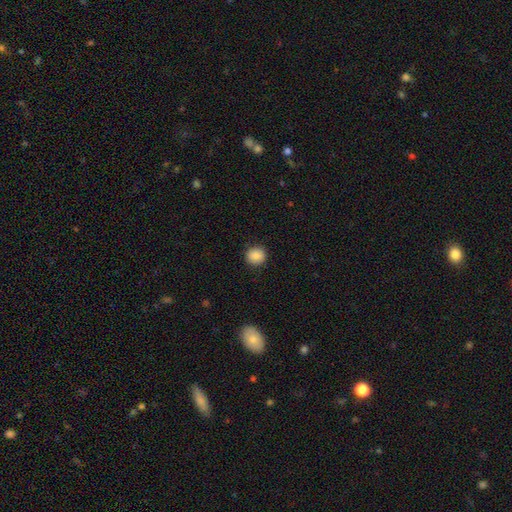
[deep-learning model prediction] smooth_or_featured: smooth (p=0.87) [alt: star or artifact p=0.09]
how_rounded: round (p=0.89) [alt: in between p=0.10]
merging: none (p=0.90) [alt: minor disturbance p=0.07]